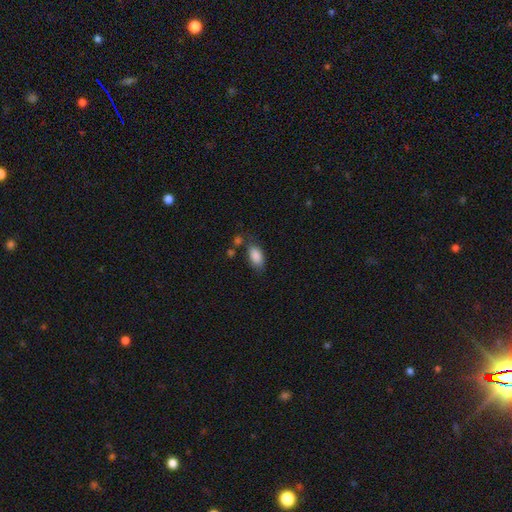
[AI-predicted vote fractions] The model was most divided on "merging": none: 67%, minor disturbance: 20%, merger: 8%, major disturbance: 6%. More confident: how rounded — in between (92%); smooth or featured — smooth (88%).